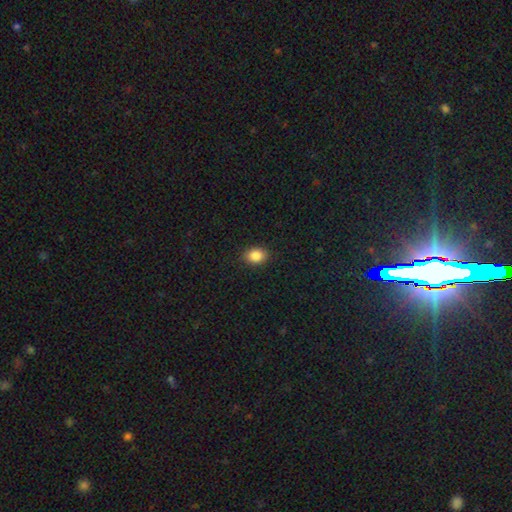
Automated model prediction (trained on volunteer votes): A smooth galaxy with no disk features (86%) that is in between round and cigar-shaped (61%). Merging: none (87%).